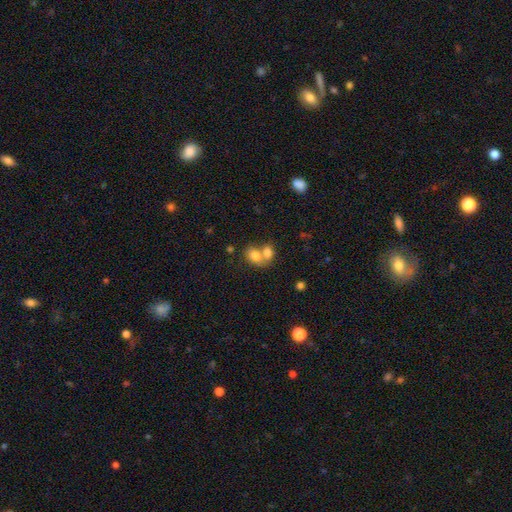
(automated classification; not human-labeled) smooth_or_featured: smooth (p=0.78) [alt: featured or disk p=0.14]
how_rounded: in between (p=0.69) [alt: round p=0.29]
merging: merger (p=0.62) [alt: none p=0.27]